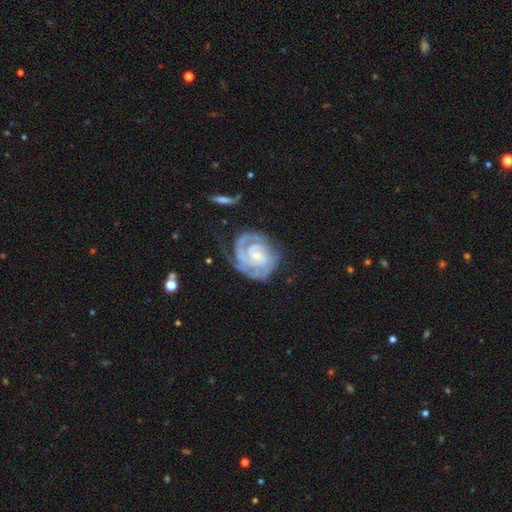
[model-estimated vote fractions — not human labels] The model was most divided on "spiral arm count": 2: 32%, 3: 24%, can't tell: 24%, 4: 8%, 1: 6%, more than 4: 5%. More confident: edge-on disk — no (98%); spiral arms — yes (97%); smooth or featured — featured or disk (89%); spiral winding — tight (72%); bulge size — small (70%); bar — no (63%); merging — none (58%).